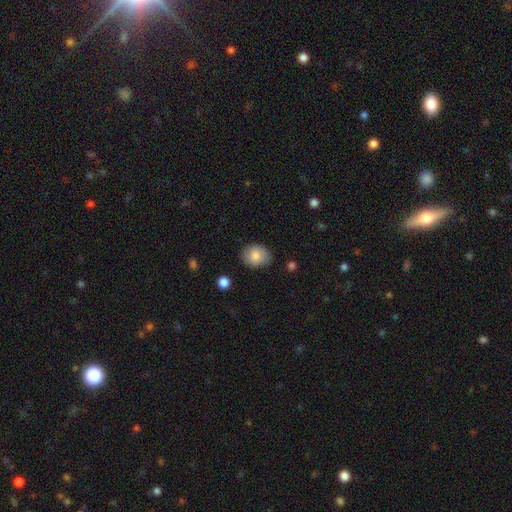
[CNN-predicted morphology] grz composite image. It shows a smooth galaxy with no disk features (83%) that is in between round and cigar-shaped (56%). Merging: none (81%).